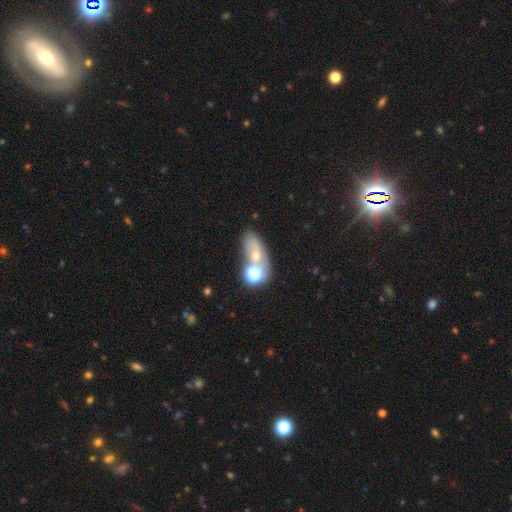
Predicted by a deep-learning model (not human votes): Smooth or featured? Predicted: smooth (p=0.47). Merging? Predicted: none (p=0.48).